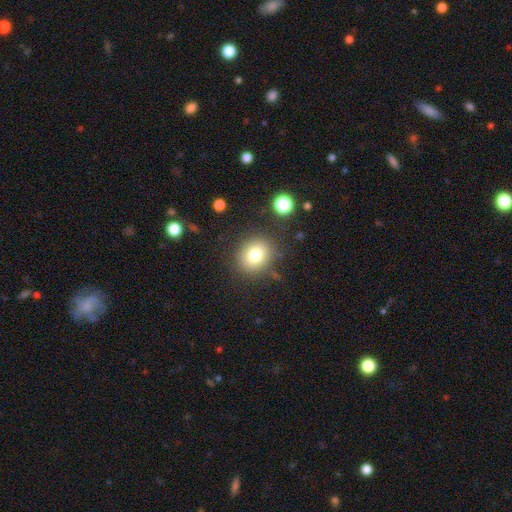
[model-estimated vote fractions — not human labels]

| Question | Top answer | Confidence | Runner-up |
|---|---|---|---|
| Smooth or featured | smooth | 77% | star or artifact (14%) |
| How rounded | round | 74% | in between (25%) |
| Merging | none | 85% | minor disturbance (9%) |